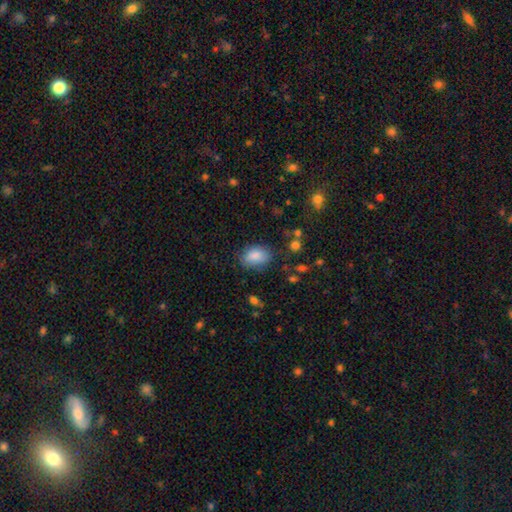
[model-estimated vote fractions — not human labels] Smooth or featured? smooth (86%)
How rounded? in between (81%)
Merging? none (75%)